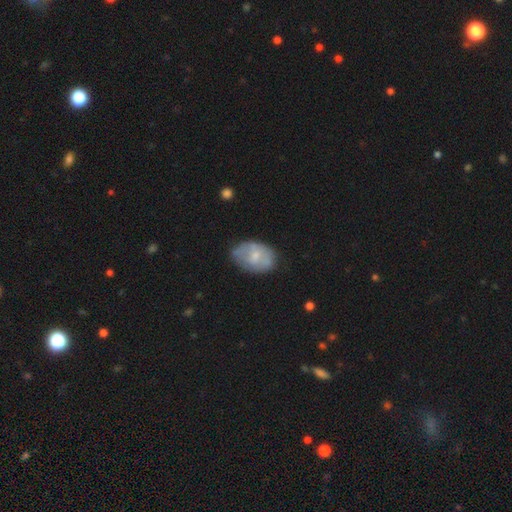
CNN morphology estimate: A smooth galaxy with no disk features (58%) that is in between round and cigar-shaped (84%).

Vote fractions:
- Smooth or featured? smooth: 58% / featured or disk: 35% / star or artifact: 7%
- How rounded? in between: 84% / round: 15% / cigar-shaped: 1%
- Merging? none: 60% / minor disturbance: 29% / major disturbance: 9% / merger: 2%